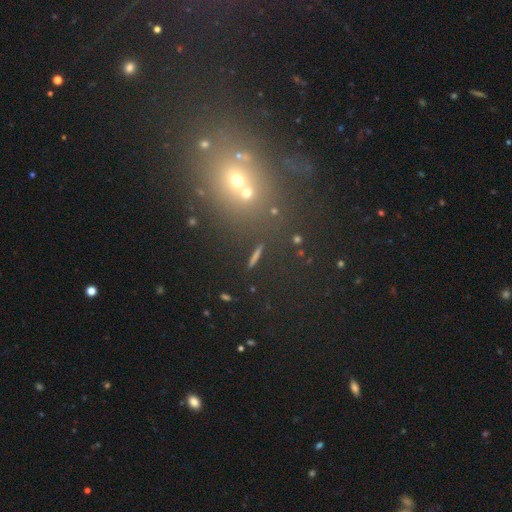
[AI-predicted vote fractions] Smooth or featured?
  - star or artifact: 55% *
  - smooth: 30%
  - featured or disk: 15%